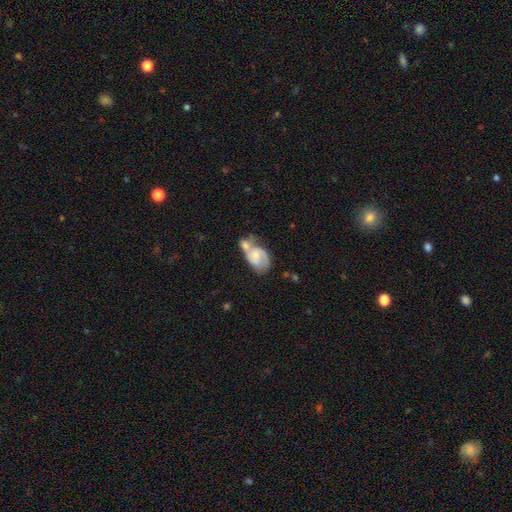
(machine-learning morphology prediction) This appears to be a featured or disk galaxy (55%) with no bar (67%), spiral arms (80%) and a small central bulge (46%). Merging: merger (54%).